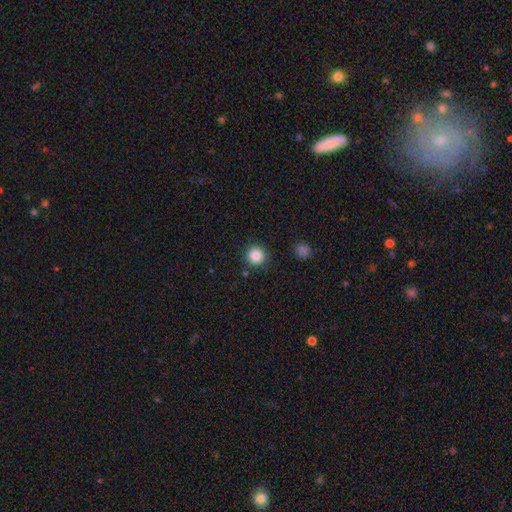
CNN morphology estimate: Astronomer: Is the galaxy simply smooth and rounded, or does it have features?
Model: smooth — 86%.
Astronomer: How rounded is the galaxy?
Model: round — 95%.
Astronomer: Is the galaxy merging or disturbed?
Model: none — 89%.